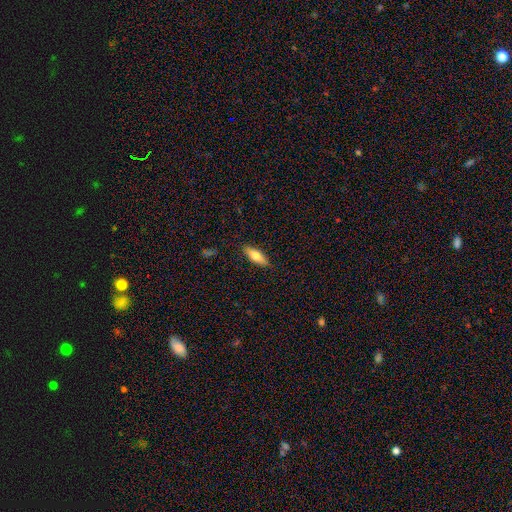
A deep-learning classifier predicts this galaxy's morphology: A smooth galaxy with no disk features (74%) that is in between round and cigar-shaped (65%).

Vote fractions:
- Smooth or featured? smooth: 74% / featured or disk: 20% / star or artifact: 6%
- How rounded? in between: 65% / cigar-shaped: 33% / round: 2%
- Merging? none: 87% / minor disturbance: 10% / major disturbance: 2% / merger: 1%